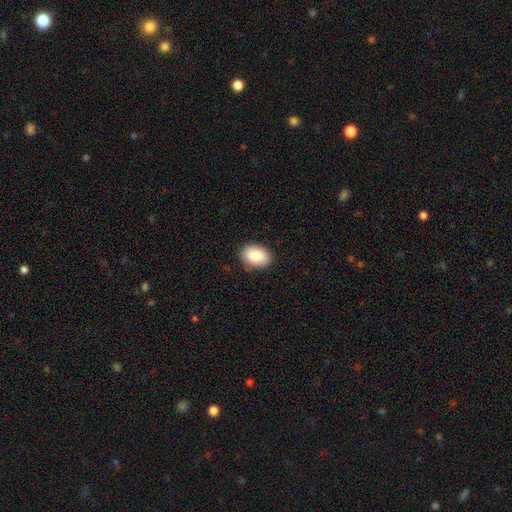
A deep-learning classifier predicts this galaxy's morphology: Smooth or featured? Predicted: smooth (p=0.88). How rounded? Predicted: in between (p=0.86). Merging? Predicted: none (p=0.87).